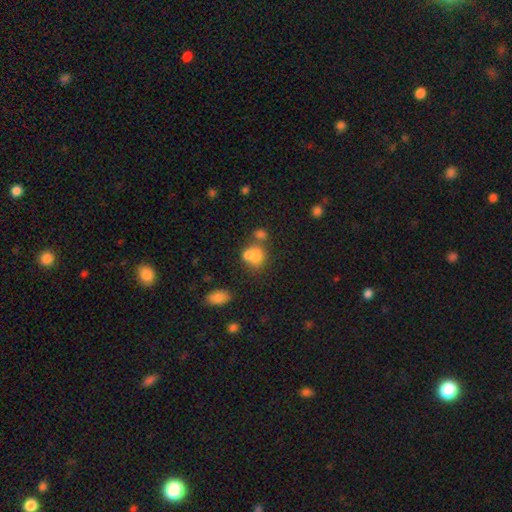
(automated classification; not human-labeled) This is likely a smooth galaxy (68%). How rounded: possibly round (60%). Merging: possibly merger (54%).